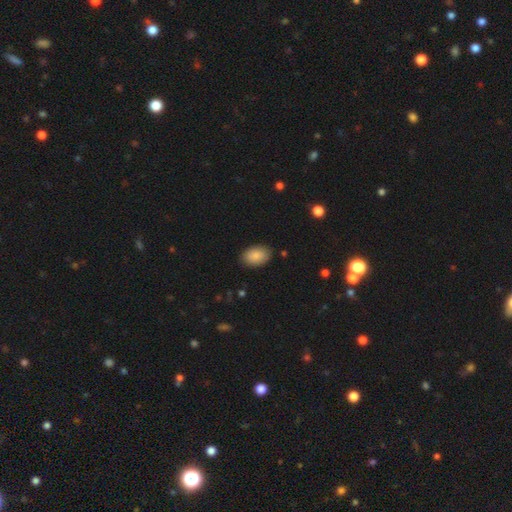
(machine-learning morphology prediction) smooth_or_featured: smooth (p=0.86) [alt: star or artifact p=0.07]
how_rounded: in between (p=0.90) [alt: round p=0.09]
merging: none (p=0.87) [alt: minor disturbance p=0.10]